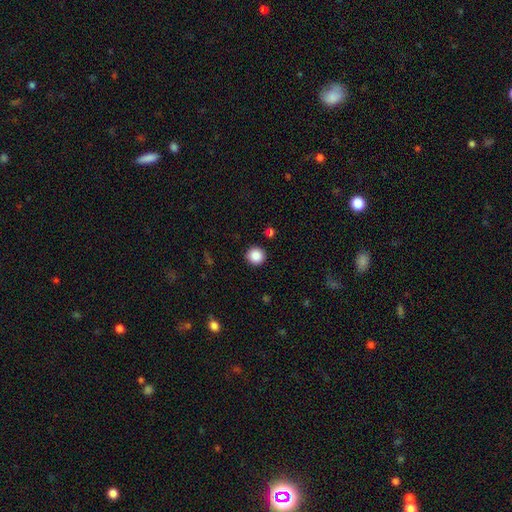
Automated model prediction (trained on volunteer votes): Smooth or featured? smooth (87%)
How rounded? round (95%)
Merging? none (92%)